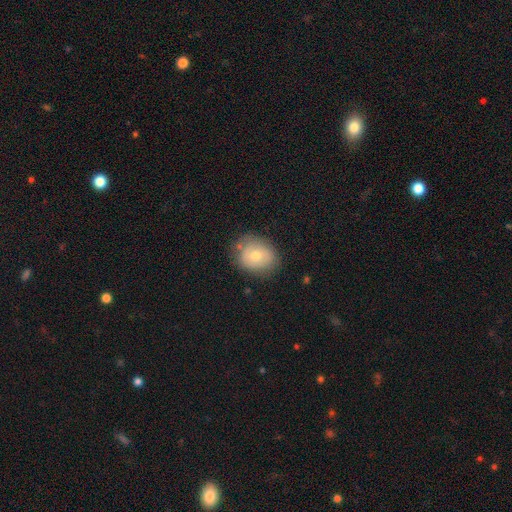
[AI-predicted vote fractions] smooth 66%, featured or disk 26%, star or artifact 8%. Down the decision tree: how rounded — round (58%); merging — none (72%).